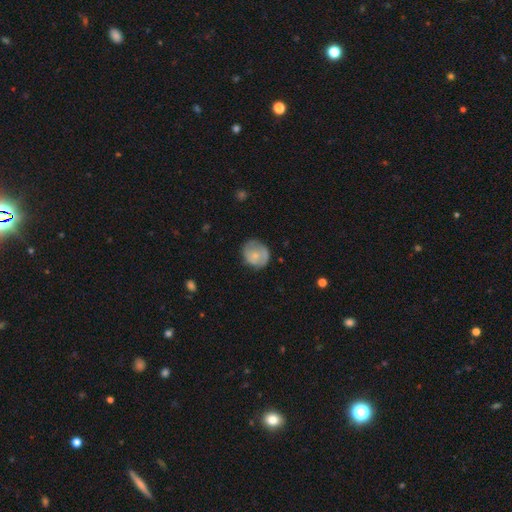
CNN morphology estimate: Q: Smooth or featured?
A: smooth (56%); runner-up: featured or disk (37%)
Q: How rounded?
A: round (77%); runner-up: in between (22%)
Q: Merging?
A: none (65%); runner-up: minor disturbance (25%)